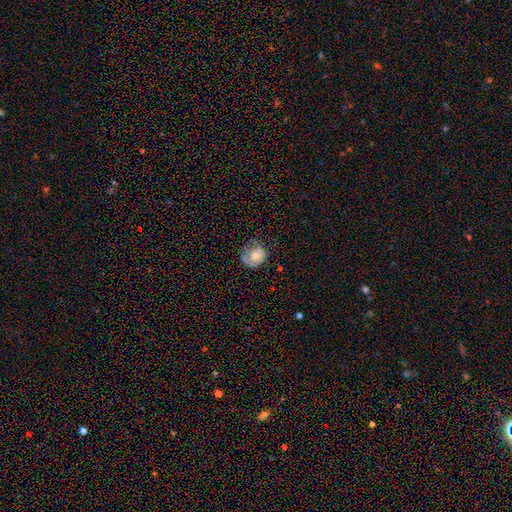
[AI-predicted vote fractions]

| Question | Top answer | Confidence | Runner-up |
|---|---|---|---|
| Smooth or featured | smooth | 60% | featured or disk (32%) |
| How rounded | round | 71% | in between (28%) |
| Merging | none | 45% | minor disturbance (31%) |